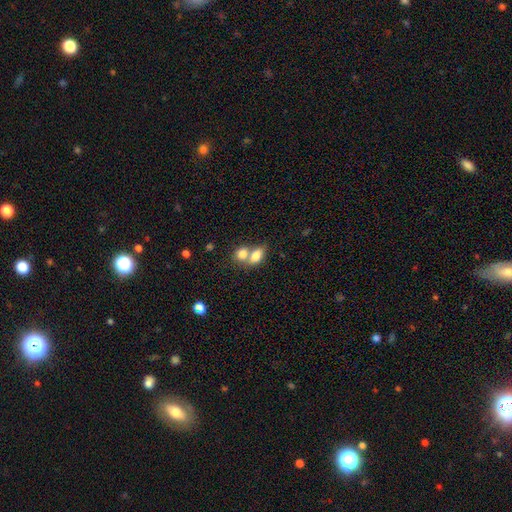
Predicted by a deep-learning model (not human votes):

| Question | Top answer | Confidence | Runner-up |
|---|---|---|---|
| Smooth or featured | smooth | 79% | featured or disk (13%) |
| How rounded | in between | 78% | round (19%) |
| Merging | merger | 63% | none (26%) |